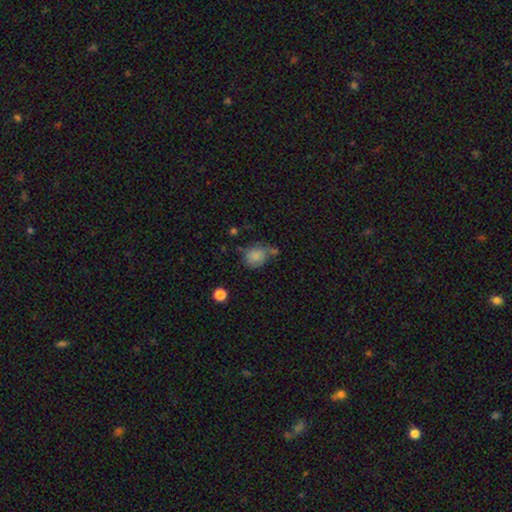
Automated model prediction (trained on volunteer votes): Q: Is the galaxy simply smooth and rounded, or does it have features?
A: smooth — 79%.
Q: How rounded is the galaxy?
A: round — 59%.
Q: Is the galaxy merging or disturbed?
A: none — 44%.